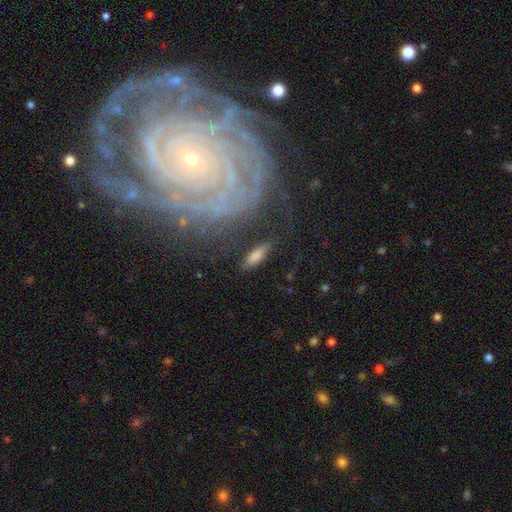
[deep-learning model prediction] smooth_or_featured: smooth (p=0.75) [alt: featured or disk p=0.17]
how_rounded: in between (p=0.50) [alt: cigar-shaped p=0.47]
merging: none (p=0.76) [alt: minor disturbance p=0.15]